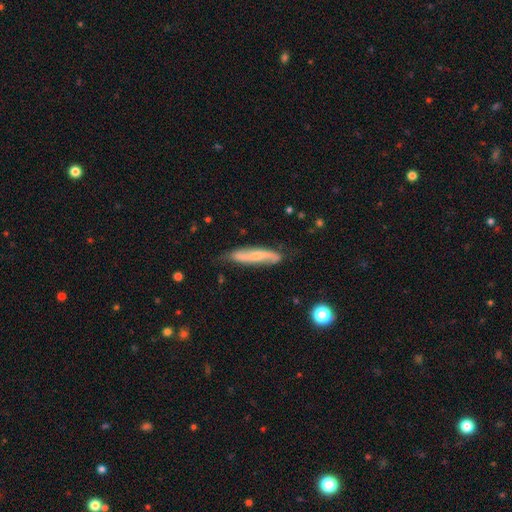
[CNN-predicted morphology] The model was most divided on "edge-on disk": no: 57%, yes: 43%. More confident: merging — none (72%); smooth or featured — featured or disk (57%).